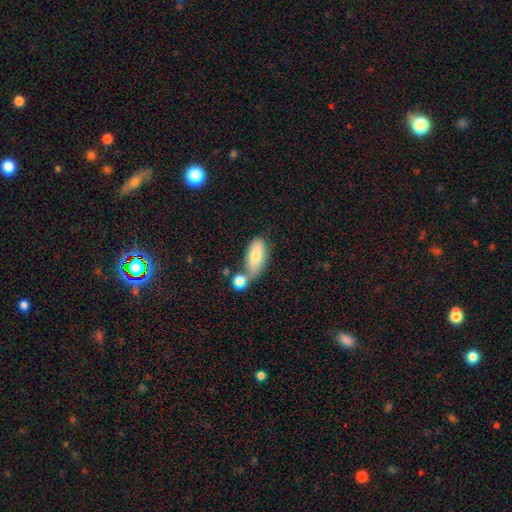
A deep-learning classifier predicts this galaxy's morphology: smooth-or-featured: smooth: 78% | featured or disk: 16% | star or artifact: 6%
  how-rounded: in between: 88% | cigar-shaped: 8% | round: 4%
  merging: none: 40% | merger: 37% | minor disturbance: 16% | major disturbance: 7%